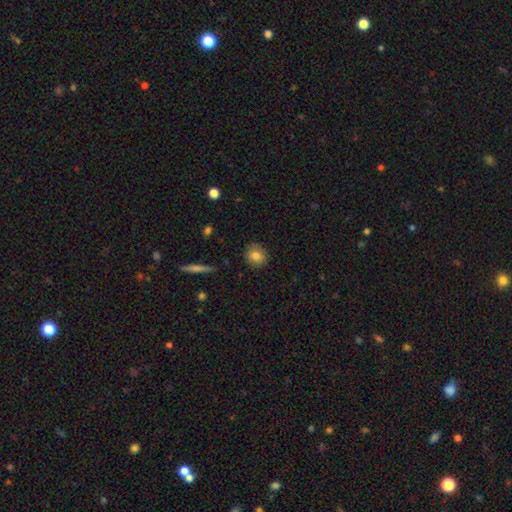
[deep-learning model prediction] Smooth or featured?
  - smooth: 81% *
  - featured or disk: 10%
  - star or artifact: 9%
How rounded?
  - round: 79% *
  - in between: 19%
  - cigar-shaped: 2%
Merging?
  - none: 86% *
  - minor disturbance: 10%
  - major disturbance: 2%
  - merger: 1%